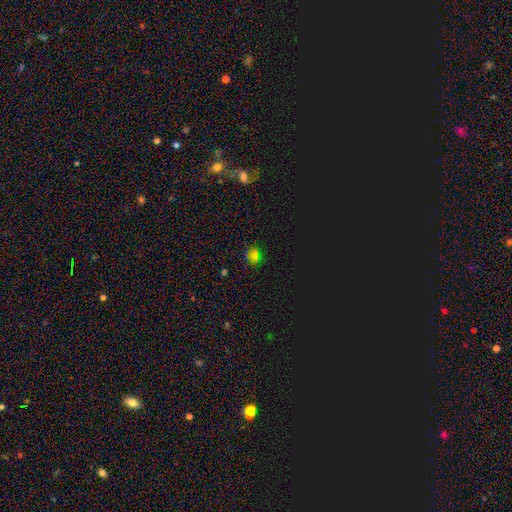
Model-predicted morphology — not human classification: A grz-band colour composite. It shows a star or artifact, not a galaxy (47%, tied with smooth).